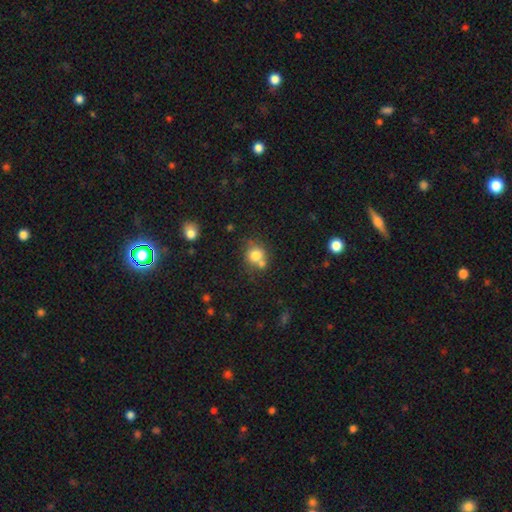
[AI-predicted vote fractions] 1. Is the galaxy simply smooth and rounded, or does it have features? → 77% smooth, 12% star or artifact, 11% featured or disk.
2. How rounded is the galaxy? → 82% round, 17% in between, 1% cigar-shaped.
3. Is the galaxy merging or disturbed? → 51% none, 33% merger, 12% minor disturbance, 4% major disturbance.